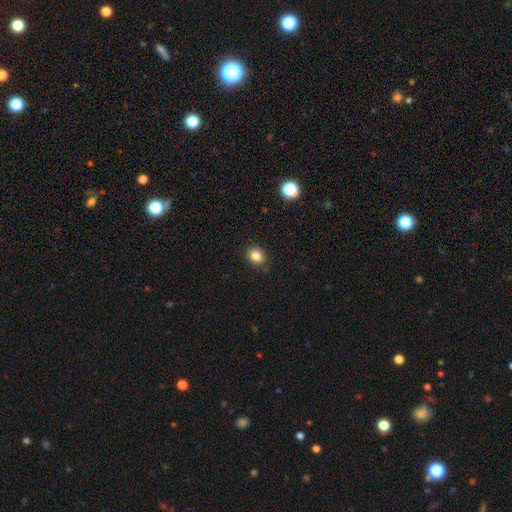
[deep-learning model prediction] Smooth or featured: smooth — 84% (star or artifact — 11%)
How rounded: round — 64% (in between — 35%)
Merging: none — 89% (minor disturbance — 8%)